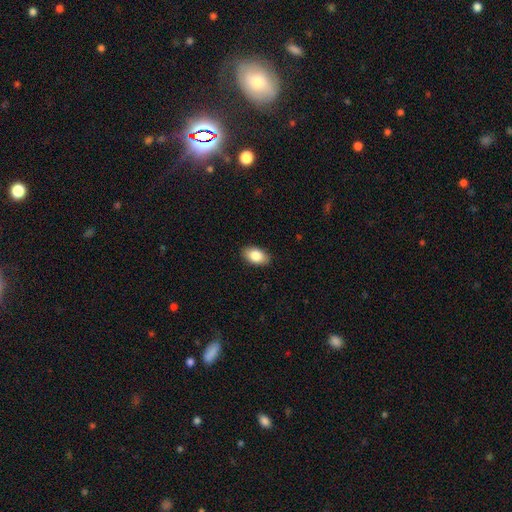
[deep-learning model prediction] Q: Smooth or featured?
A: smooth (85%); runner-up: featured or disk (8%)
Q: How rounded?
A: in between (92%); runner-up: round (6%)
Q: Merging?
A: none (89%); runner-up: minor disturbance (8%)